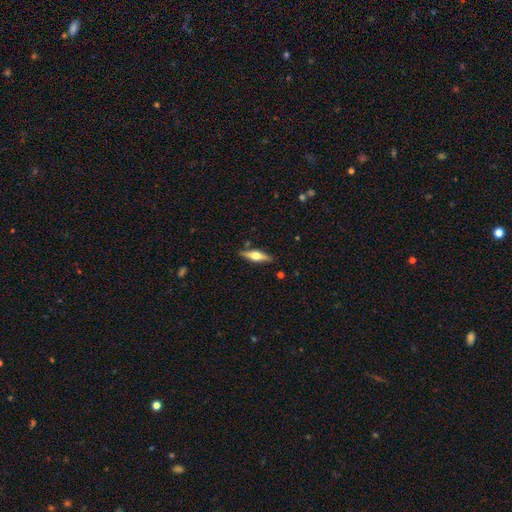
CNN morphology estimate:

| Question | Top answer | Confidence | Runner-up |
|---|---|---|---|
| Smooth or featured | featured or disk | 55% | smooth (39%) |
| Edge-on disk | yes | 94% | no (6%) |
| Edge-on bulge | rounded | 92% | boxy (6%) |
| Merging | none | 86% | minor disturbance (10%) |